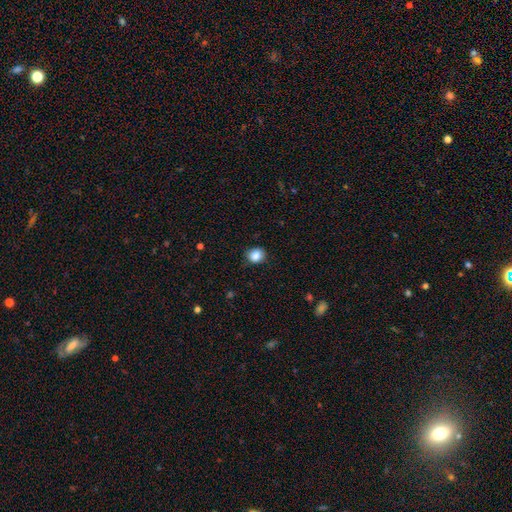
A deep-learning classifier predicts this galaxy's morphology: A smooth galaxy with no disk features (86%) that is round (74%).

Vote fractions:
- Smooth or featured? smooth: 86% / star or artifact: 10% / featured or disk: 5%
- How rounded? round: 74% / in between: 25% / cigar-shaped: 1%
- Merging? none: 84% / minor disturbance: 13% / major disturbance: 3% / merger: 1%